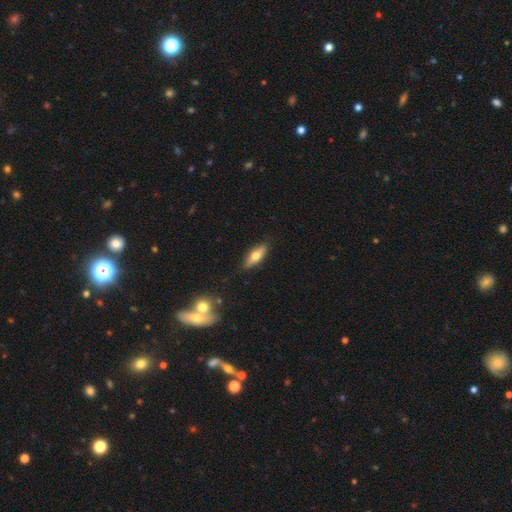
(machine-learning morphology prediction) smooth 59%, featured or disk 35%, star or artifact 6%. Down the decision tree: how rounded — in between (55%); merging — none (86%).